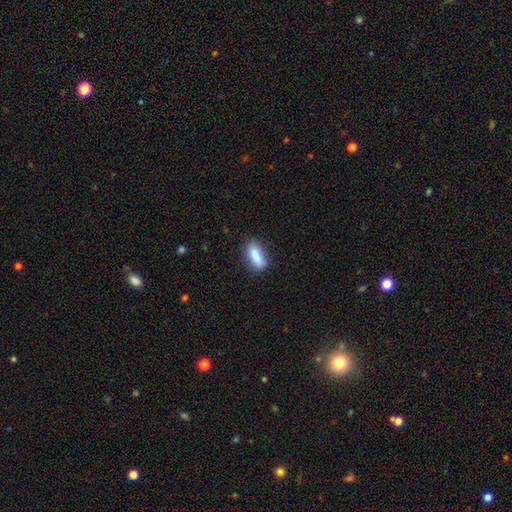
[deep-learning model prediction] Overall: smooth (85%). How rounded: in between (78%). Merging: none (78%).